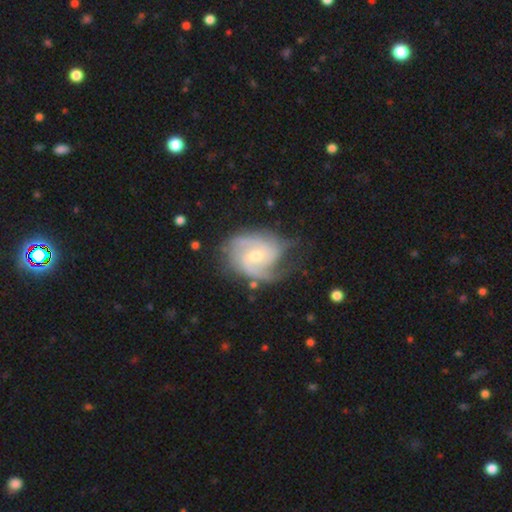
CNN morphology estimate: This appears to be a featured or disk galaxy (86%) with no bar (59%), 2 (47%) medium (45%) spiral arms (97%) and a small central bulge (49%). Merging: none (63%).